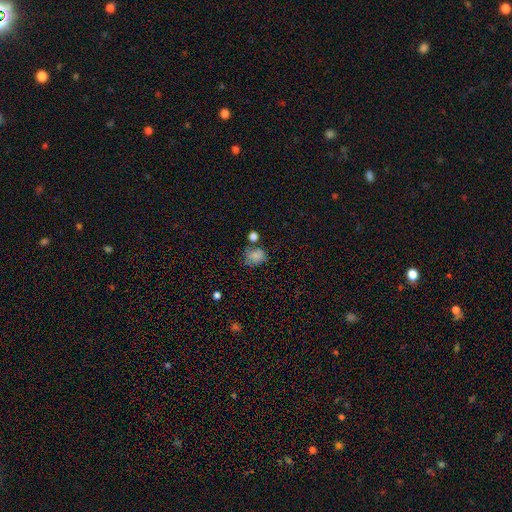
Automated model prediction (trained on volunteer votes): smooth-or-featured: smooth: 78% | star or artifact: 12% | featured or disk: 9%
  how-rounded: in between: 51% | round: 48% | cigar-shaped: 1%
  merging: none: 53% | minor disturbance: 22% | merger: 17% | major disturbance: 9%